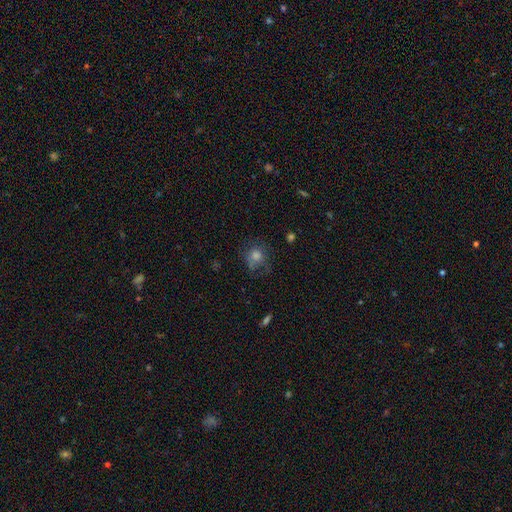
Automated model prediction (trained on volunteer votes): The model was most divided on "merging": none: 64%, minor disturbance: 21%, major disturbance: 12%, merger: 2%. More confident: how rounded — round (81%); smooth or featured — smooth (64%).